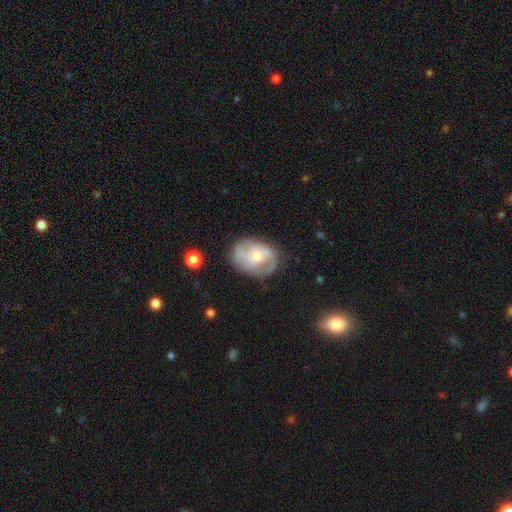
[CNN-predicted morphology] Smooth or featured? featured or disk (60%)
Edge-on disk? no (97%)
Bar? no (55%)
Spiral arms? yes (74%)
Bulge size? small (42%)
Merging? none (60%)